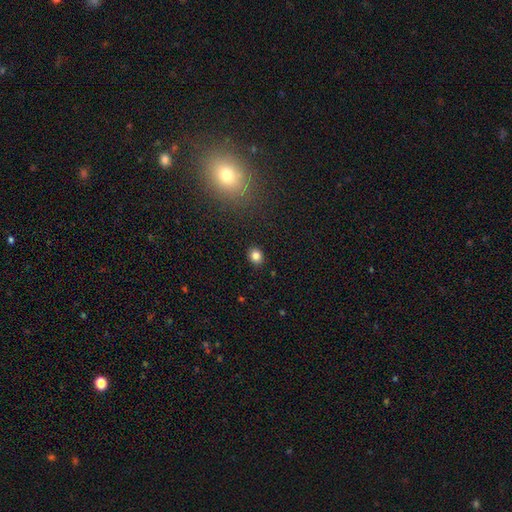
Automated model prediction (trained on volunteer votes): smooth 83%, star or artifact 12%, featured or disk 5%. Down the decision tree: how rounded — round (62%); merging — none (89%).